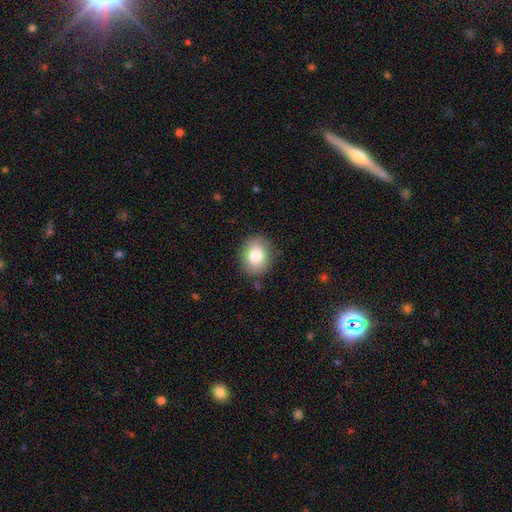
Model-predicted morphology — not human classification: Smooth or featured? Predicted: smooth (p=0.83). How rounded? Predicted: in between (p=0.54). Merging? Predicted: none (p=0.85).